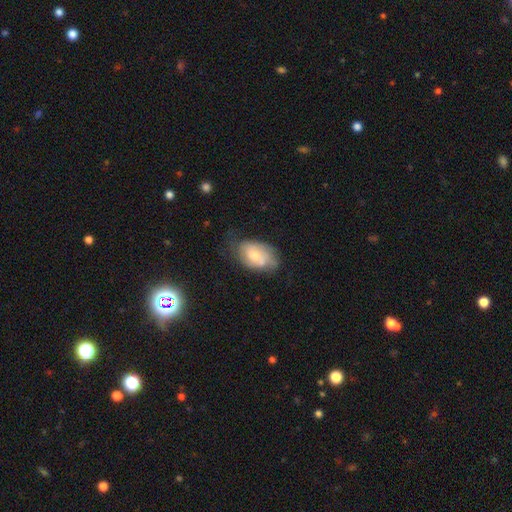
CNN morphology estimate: Smooth or featured: smooth — 50% (featured or disk — 43%)
How rounded: in between — 90% (round — 9%)
Merging: none — 45% (minor disturbance — 33%)